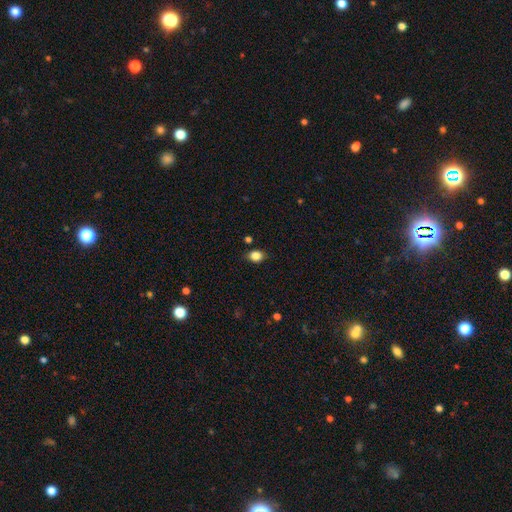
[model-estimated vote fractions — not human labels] A smooth galaxy with no disk features (84%) that is in between round and cigar-shaped (54%).

Vote fractions:
- Smooth or featured? smooth: 84% / star or artifact: 11% / featured or disk: 5%
- How rounded? in between: 54% / round: 45% / cigar-shaped: 1%
- Merging? none: 83% / minor disturbance: 13% / major disturbance: 3% / merger: 2%